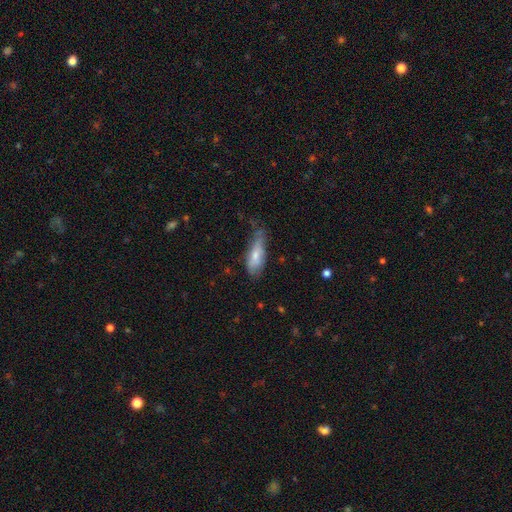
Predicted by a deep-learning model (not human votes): smooth 66%, featured or disk 27%, star or artifact 7%. Down the decision tree: how rounded — in between (67%); merging — minor disturbance (40%).